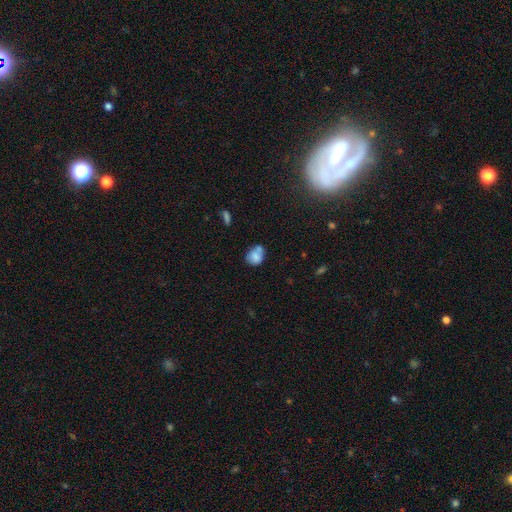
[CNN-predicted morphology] This is likely a smooth galaxy (76%). How rounded: possibly round (52%). Merging: marginally none (39%).